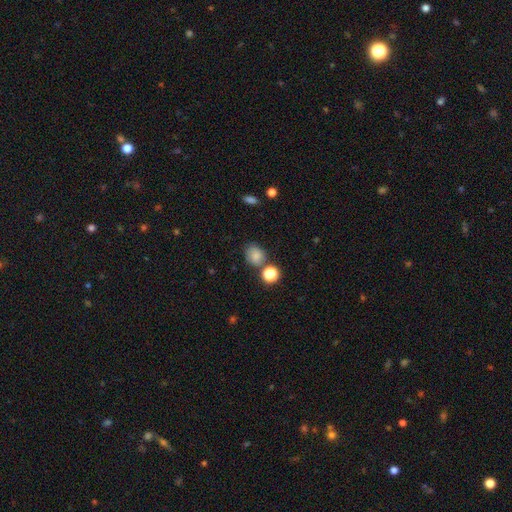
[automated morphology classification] A smooth galaxy with no disk features (80%) that is round (58%). Merging: none (65%).